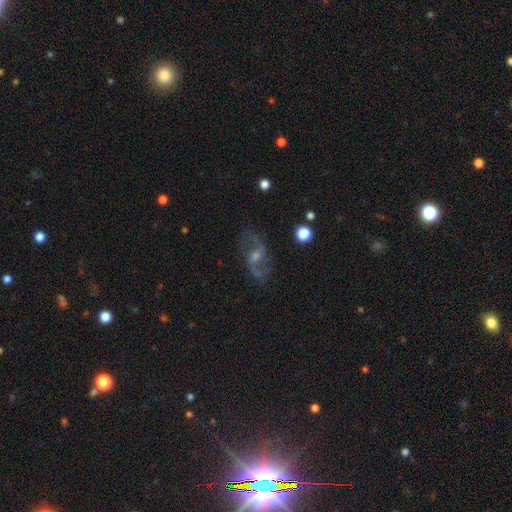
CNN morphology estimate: type=featured or disk (74%); edge-on=no (94%); bar=weak (48%); spiral arms=yes (92%); winding=loose (54%); arm count=2 (88%); bulge=moderate (47%); merging=none (78%).